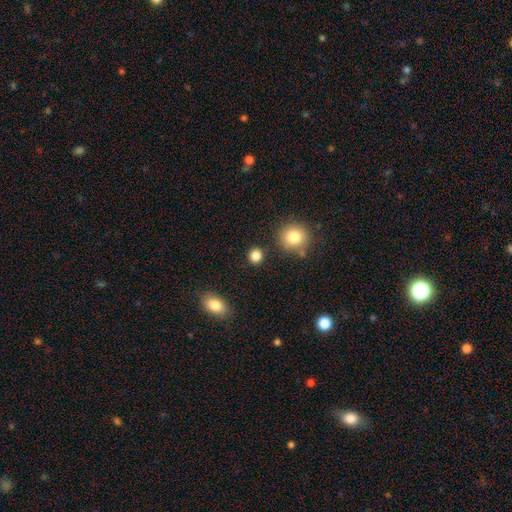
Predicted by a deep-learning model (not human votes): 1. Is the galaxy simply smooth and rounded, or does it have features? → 85% smooth, 11% star or artifact, 4% featured or disk.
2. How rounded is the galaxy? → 89% round, 10% in between, 1% cigar-shaped.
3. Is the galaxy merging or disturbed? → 87% none, 7% minor disturbance, 4% merger, 2% major disturbance.